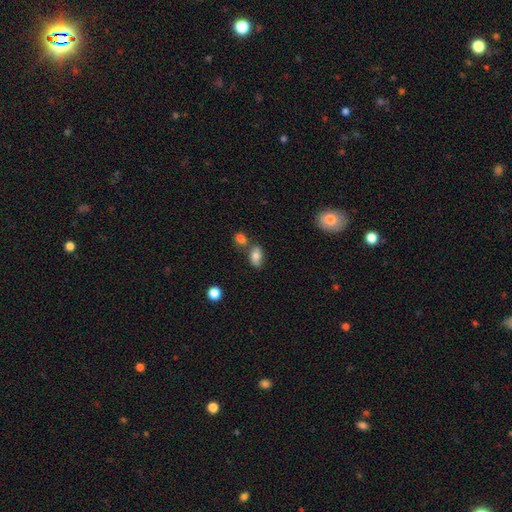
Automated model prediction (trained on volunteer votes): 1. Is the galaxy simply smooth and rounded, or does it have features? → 74% smooth, 16% featured or disk, 10% star or artifact.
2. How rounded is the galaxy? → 85% in between, 13% round, 2% cigar-shaped.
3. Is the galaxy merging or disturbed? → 57% none, 20% merger, 17% minor disturbance, 5% major disturbance.